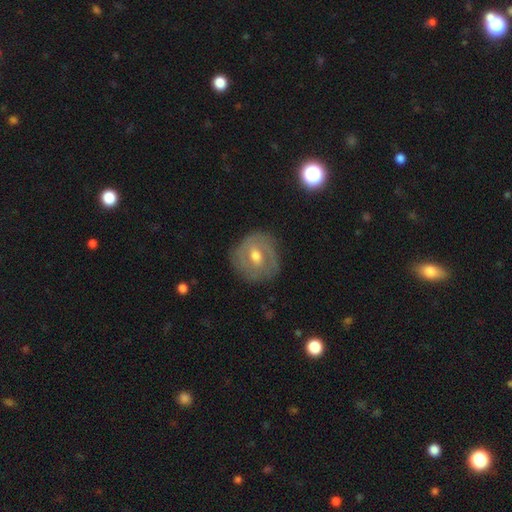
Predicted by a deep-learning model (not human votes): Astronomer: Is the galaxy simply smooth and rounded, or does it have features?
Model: featured or disk — 63%.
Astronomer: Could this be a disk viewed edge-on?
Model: no — 95%.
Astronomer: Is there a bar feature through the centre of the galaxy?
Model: weak — 45% (runner-up: no, 42%).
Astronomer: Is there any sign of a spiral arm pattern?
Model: yes — 58% (runner-up: no, 42%).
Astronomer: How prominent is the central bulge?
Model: moderate — 76%.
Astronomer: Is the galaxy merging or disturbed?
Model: none — 78%.